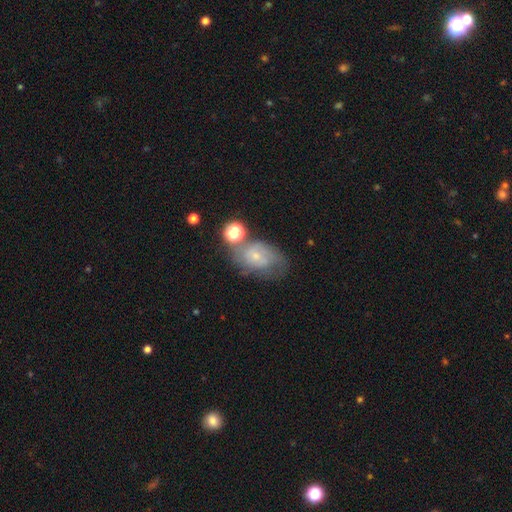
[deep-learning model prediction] Morphology: type=featured or disk (49%); merging=none (42%).